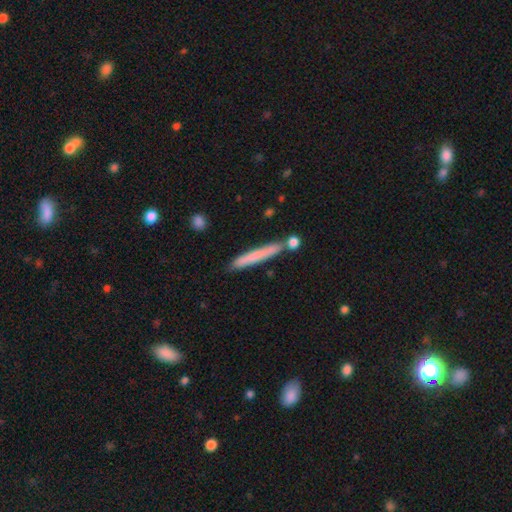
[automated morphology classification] This is likely a smooth galaxy (67%). How rounded: clearly cigar-shaped (96%). Merging: likely none (79%).